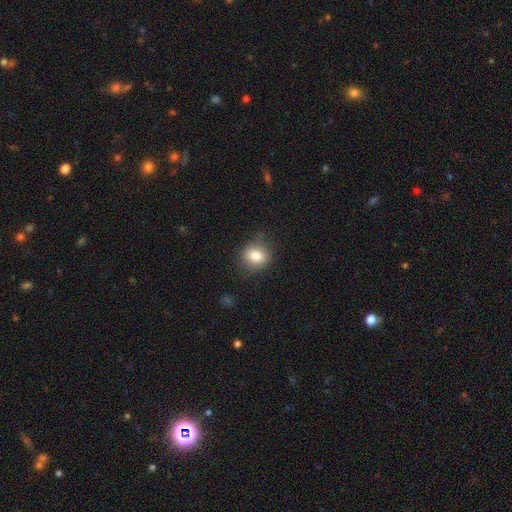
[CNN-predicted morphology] Smooth or featured? smooth (82%)
How rounded? round (68%)
Merging? none (79%)